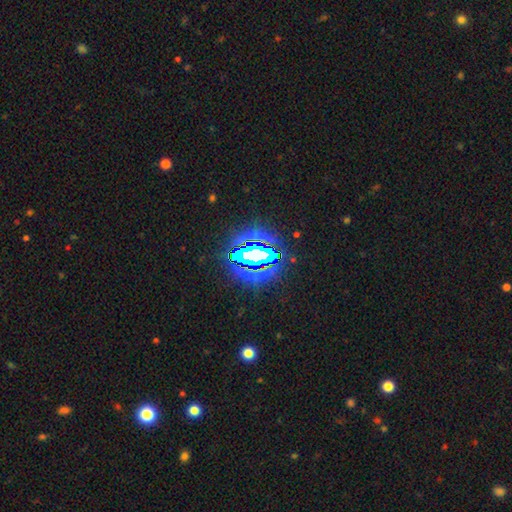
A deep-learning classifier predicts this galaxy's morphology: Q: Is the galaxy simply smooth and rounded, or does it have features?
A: star or artifact — 71%.